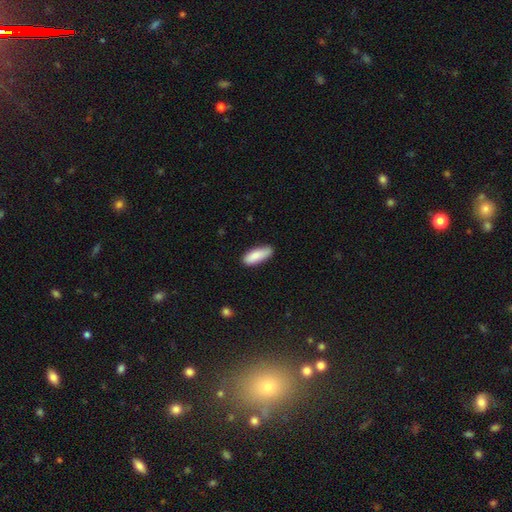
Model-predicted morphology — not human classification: type=smooth (86%); roundness=in between (66%); merging=none (80%).